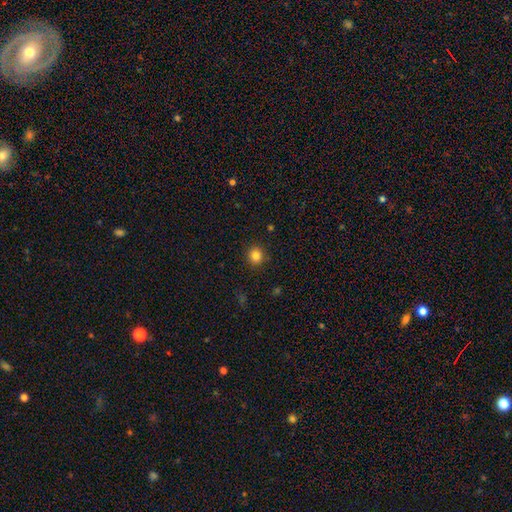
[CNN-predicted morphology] Overall: smooth (83%). How rounded: round (90%). Merging: none (91%).